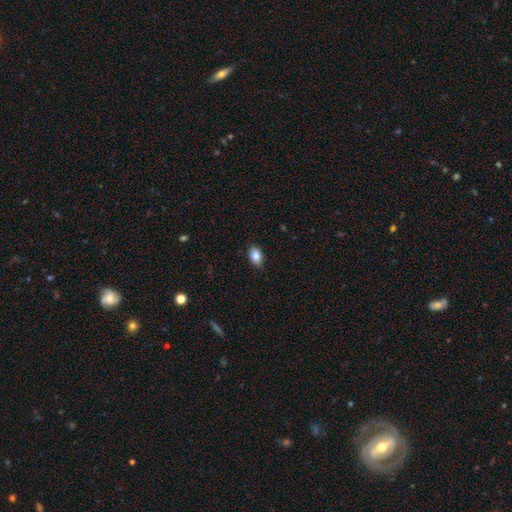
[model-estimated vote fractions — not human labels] smooth 85%, star or artifact 8%, featured or disk 7%. Down the decision tree: how rounded — in between (84%); merging — none (87%).